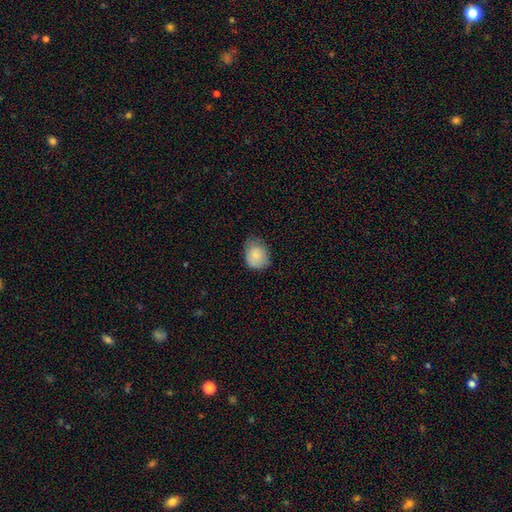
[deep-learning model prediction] A smooth galaxy with no disk features (84%) that is round (55%).

Vote fractions:
- Smooth or featured? smooth: 84% / featured or disk: 9% / star or artifact: 8%
- How rounded? round: 55% / in between: 45% / cigar-shaped: 1%
- Merging? none: 60% / minor disturbance: 32% / major disturbance: 7% / merger: 1%